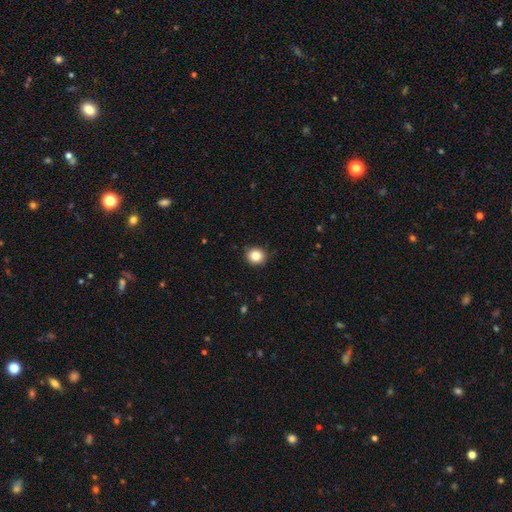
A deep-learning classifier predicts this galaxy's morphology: This appears to be a smooth galaxy with no disk features (84%) that is round (86%). Merging: none (90%).